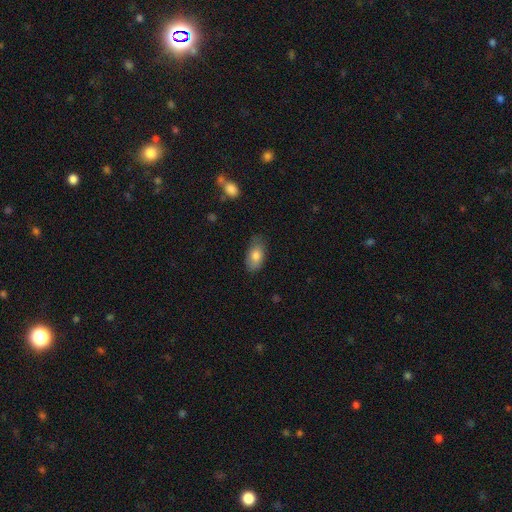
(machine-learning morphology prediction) This appears to be a smooth galaxy with no disk features (80%) that is in between round and cigar-shaped (92%). Merging: none (75%).